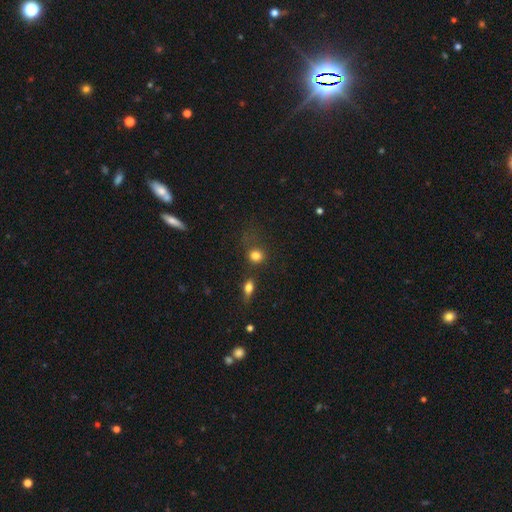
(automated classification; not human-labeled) smooth 81%, star or artifact 12%, featured or disk 7%. Down the decision tree: how rounded — round (72%); merging — none (57%).